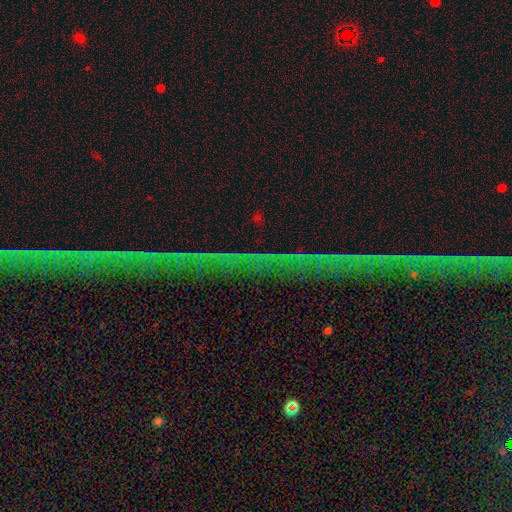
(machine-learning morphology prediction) A star or artifact, not a galaxy (85%).

Vote fractions:
- Smooth or featured? star or artifact: 85% / featured or disk: 9% / smooth: 6%